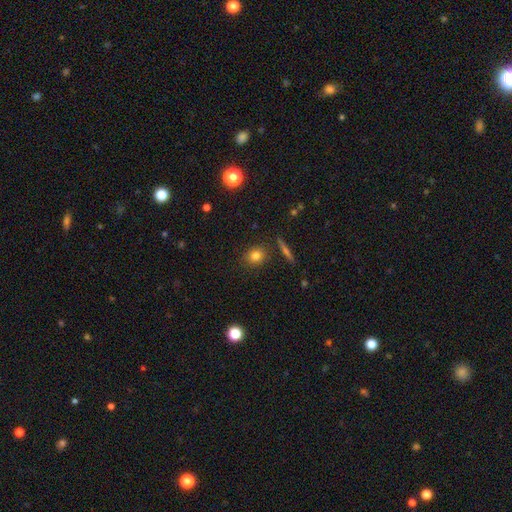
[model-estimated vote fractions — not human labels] Smooth or featured? Predicted: smooth (p=0.79). How rounded? Predicted: round (p=0.75). Merging? Predicted: none (p=0.86).